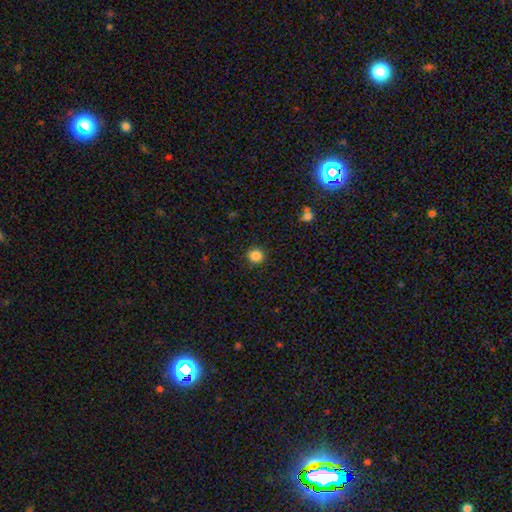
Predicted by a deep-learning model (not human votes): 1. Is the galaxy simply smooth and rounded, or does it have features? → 86% smooth, 11% star or artifact, 3% featured or disk.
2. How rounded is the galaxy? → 91% round, 8% in between, 1% cigar-shaped.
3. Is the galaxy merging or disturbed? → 92% none, 5% minor disturbance, 2% major disturbance, 1% merger.